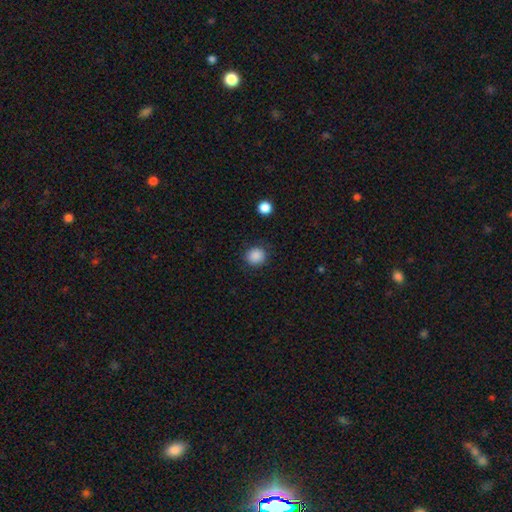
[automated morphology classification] The model was most divided on "how rounded": round: 85%, in between: 14%, cigar-shaped: 1%. More confident: merging — none (88%); smooth or featured — smooth (87%).